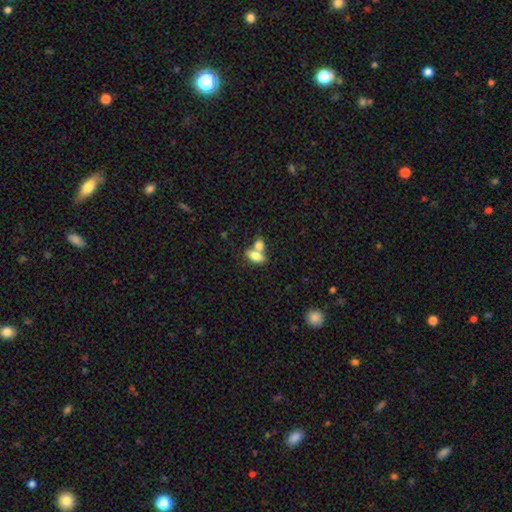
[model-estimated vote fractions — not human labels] Morphology: type=smooth (78%); roundness=in between (85%); merging=merger (53%).